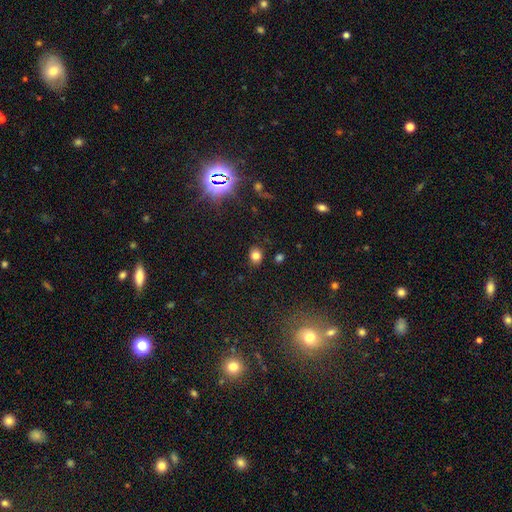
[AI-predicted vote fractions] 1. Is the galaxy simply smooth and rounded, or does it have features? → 79% smooth, 14% star or artifact, 7% featured or disk.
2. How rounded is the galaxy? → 58% round, 41% in between, 1% cigar-shaped.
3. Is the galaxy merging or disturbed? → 85% none, 11% minor disturbance, 3% major disturbance, 2% merger.